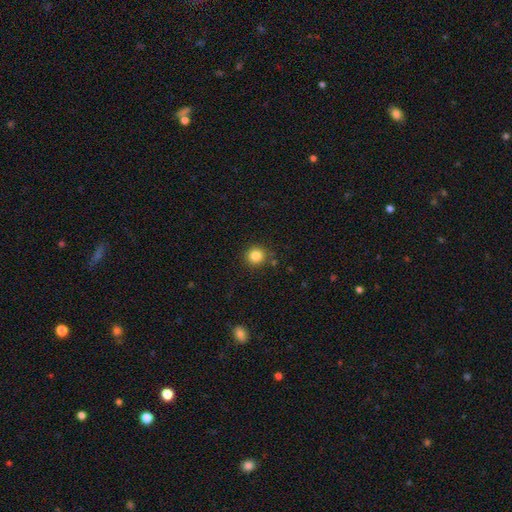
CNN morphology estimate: Smooth or featured? Predicted: smooth (p=0.84). How rounded? Predicted: round (p=0.92). Merging? Predicted: none (p=0.86).